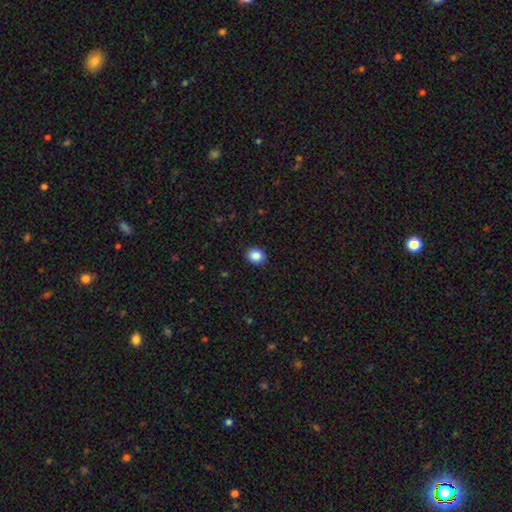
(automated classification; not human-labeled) Overall: smooth (88%). How rounded: round (64%; in between 35%). Merging: none (91%).